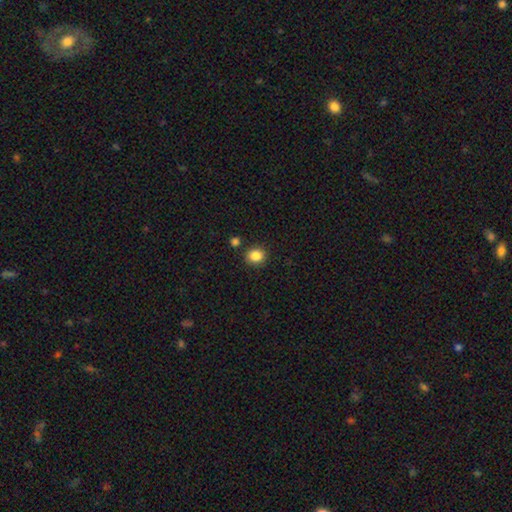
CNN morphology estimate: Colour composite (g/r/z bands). It shows a smooth galaxy with no disk features (86%) that is round (78%). Merging: none (85%).